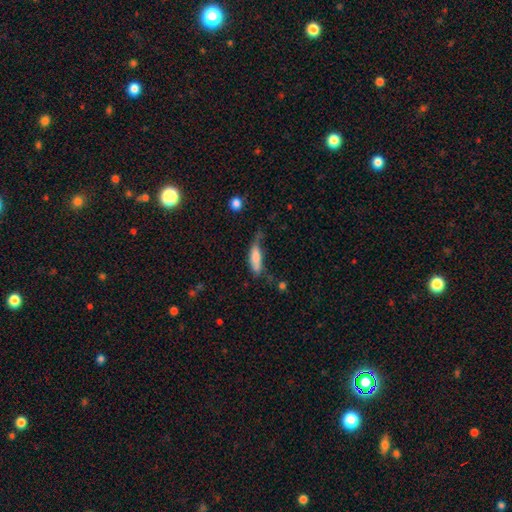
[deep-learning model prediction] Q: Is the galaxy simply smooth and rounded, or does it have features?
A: smooth — 70%.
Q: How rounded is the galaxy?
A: in between — 51%.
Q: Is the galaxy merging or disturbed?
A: minor disturbance — 33%.